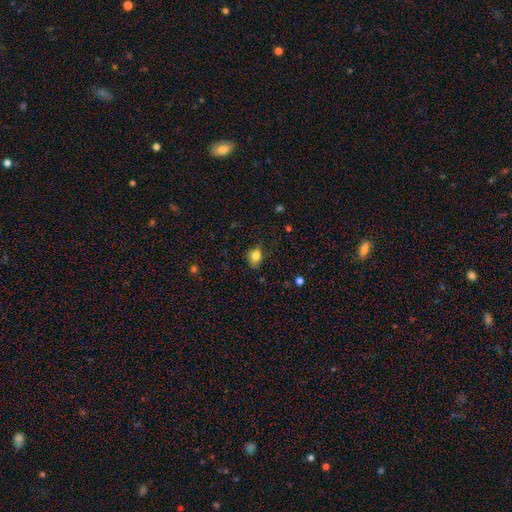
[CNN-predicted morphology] This appears to be a smooth galaxy with no disk features (82%) that is in between round and cigar-shaped (54%). Merging: none (70%).